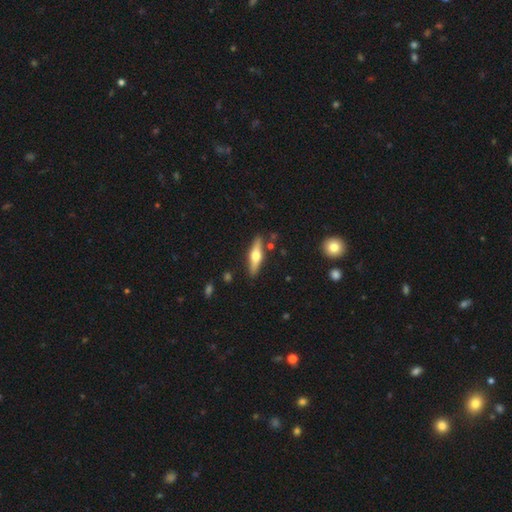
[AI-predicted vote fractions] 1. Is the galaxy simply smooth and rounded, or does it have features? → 58% featured or disk, 36% smooth, 6% star or artifact.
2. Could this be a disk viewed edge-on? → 95% yes, 5% no.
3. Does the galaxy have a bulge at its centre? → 94% rounded, 4% boxy, 2% none.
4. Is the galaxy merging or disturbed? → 87% none, 9% minor disturbance, 3% merger, 2% major disturbance.